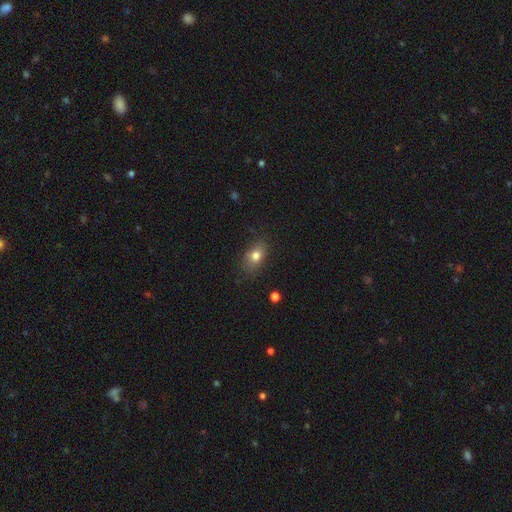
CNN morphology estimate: smooth-or-featured: smooth: 77% | featured or disk: 12% | star or artifact: 11%
  how-rounded: in between: 75% | round: 22% | cigar-shaped: 3%
  merging: none: 76% | minor disturbance: 17% | major disturbance: 5% | merger: 2%